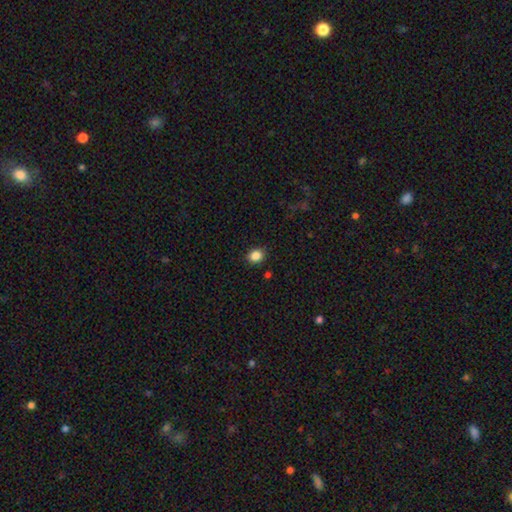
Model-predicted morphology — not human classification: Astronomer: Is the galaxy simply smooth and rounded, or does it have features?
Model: smooth — 86%.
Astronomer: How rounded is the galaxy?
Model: round — 59% (runner-up: in between, 40%).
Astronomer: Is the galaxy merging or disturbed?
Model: none — 88%.